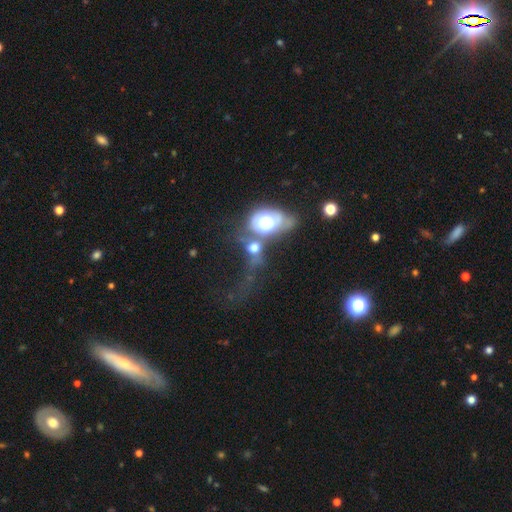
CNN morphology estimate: Overall: smooth (45%; featured or disk 31%). Merging: merger (33%; major disturbance 30%).